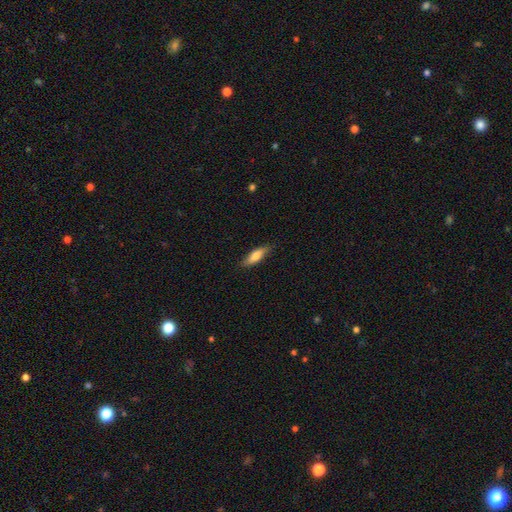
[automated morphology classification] Smooth or featured: smooth — 75% (featured or disk — 19%)
How rounded: in between — 49% (tied with cigar-shaped — 49%)
Merging: none — 83% (minor disturbance — 13%)